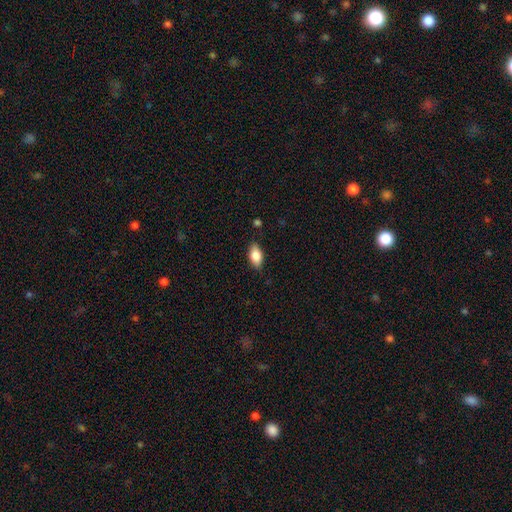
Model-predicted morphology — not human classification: The model was most divided on "merging": none: 83%, minor disturbance: 13%, major disturbance: 3%, merger: 1%. More confident: how rounded — in between (90%); smooth or featured — smooth (82%).